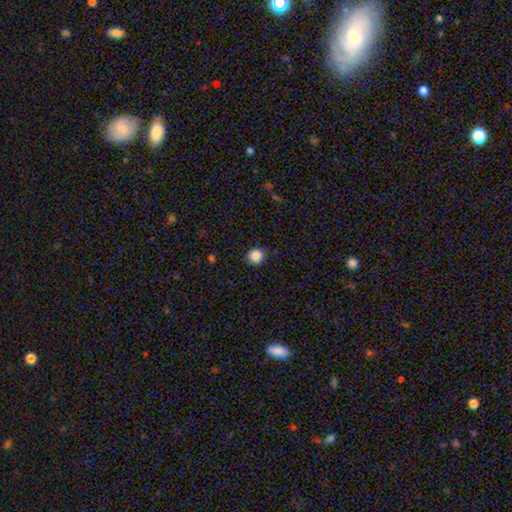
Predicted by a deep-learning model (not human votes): Smooth or featured: smooth — 86% (star or artifact — 10%)
How rounded: round — 90% (in between — 10%)
Merging: none — 89% (minor disturbance — 8%)